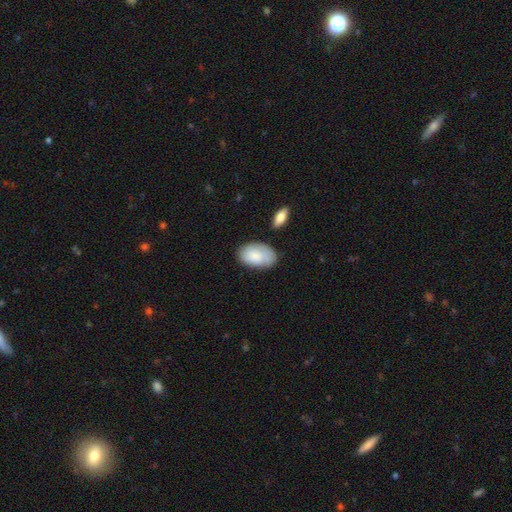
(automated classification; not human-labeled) Q: Smooth or featured?
A: smooth (83%); runner-up: featured or disk (11%)
Q: How rounded?
A: in between (93%); runner-up: round (5%)
Q: Merging?
A: none (65%); runner-up: minor disturbance (24%)